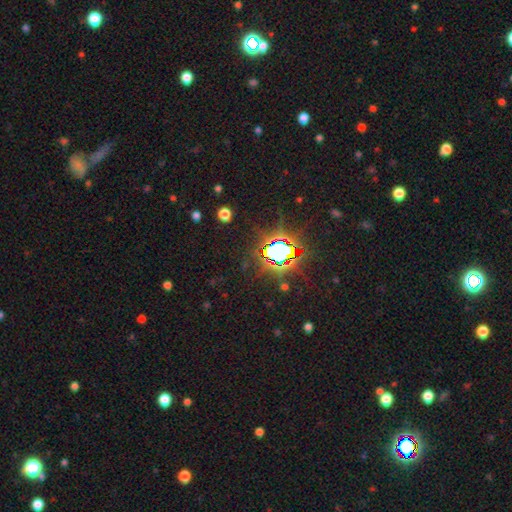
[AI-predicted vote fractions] The model was most divided on "smooth or featured": star or artifact: 84%, smooth: 9%, featured or disk: 7%.